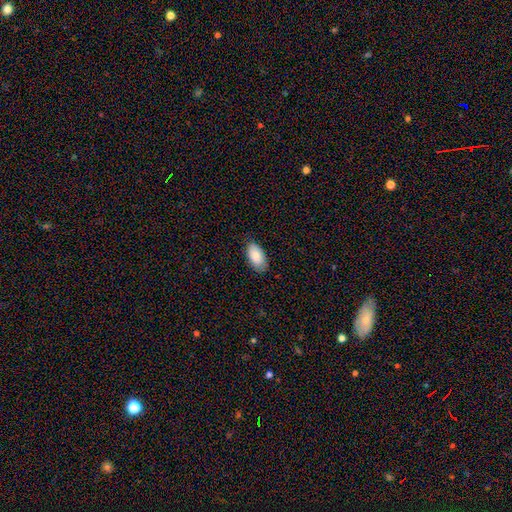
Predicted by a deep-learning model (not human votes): The model was most divided on "merging": none: 82%, minor disturbance: 15%, major disturbance: 2%, merger: 1%. More confident: how rounded — in between (95%); smooth or featured — smooth (86%).